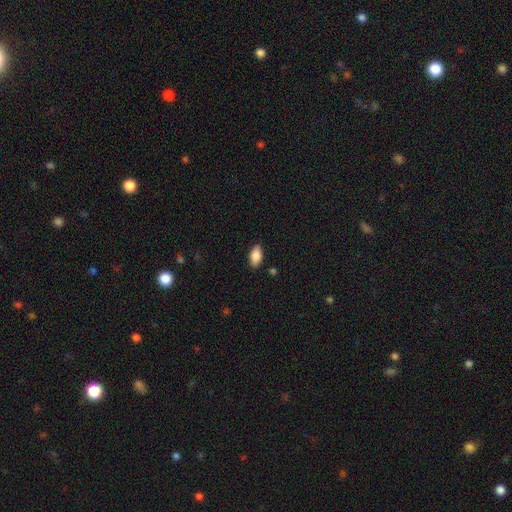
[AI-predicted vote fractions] Overall: smooth (87%). How rounded: in between (93%). Merging: none (86%).